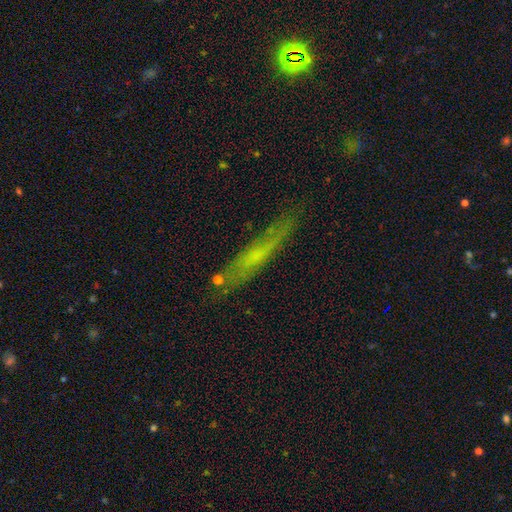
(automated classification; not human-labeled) Smooth or featured: smooth — 50% (featured or disk — 40%)
Merging: none — 75% (minor disturbance — 17%)